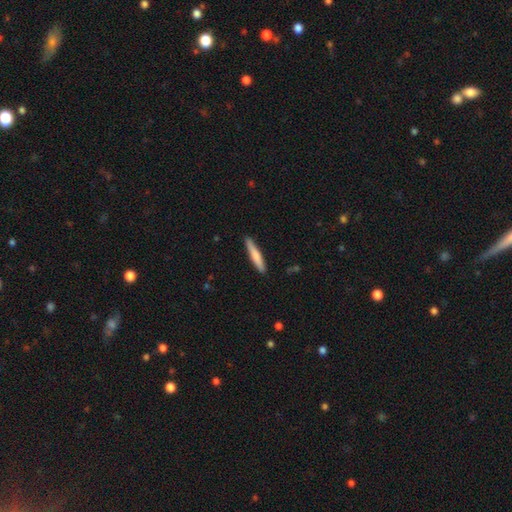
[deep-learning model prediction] Smooth or featured? smooth (73%)
How rounded? cigar-shaped (93%)
Merging? none (89%)